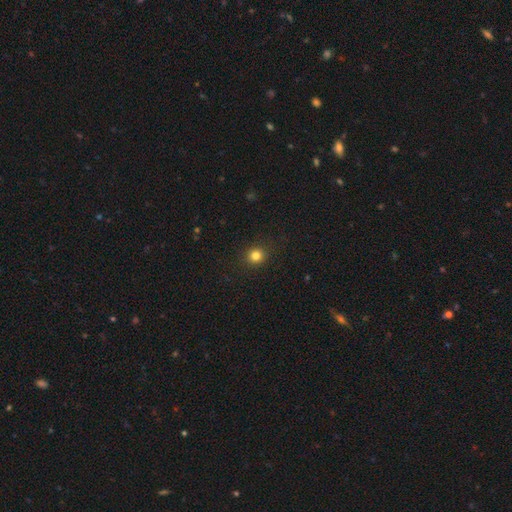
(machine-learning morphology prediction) Q: Smooth or featured?
A: smooth (82%); runner-up: star or artifact (13%)
Q: How rounded?
A: round (89%); runner-up: in between (10%)
Q: Merging?
A: none (91%); runner-up: minor disturbance (6%)